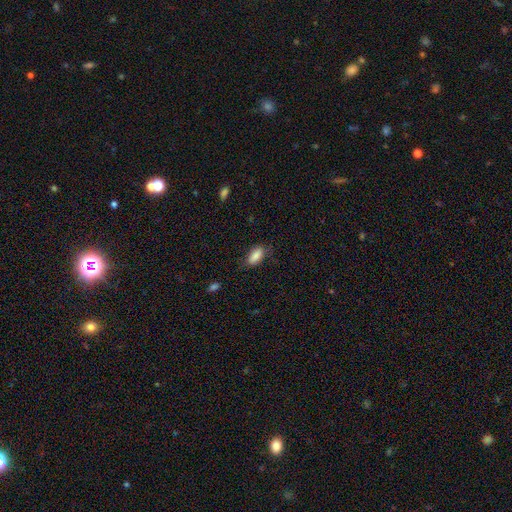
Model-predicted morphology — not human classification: Smooth or featured? Predicted: smooth (p=0.86). How rounded? Predicted: in between (p=0.88). Merging? Predicted: none (p=0.75).